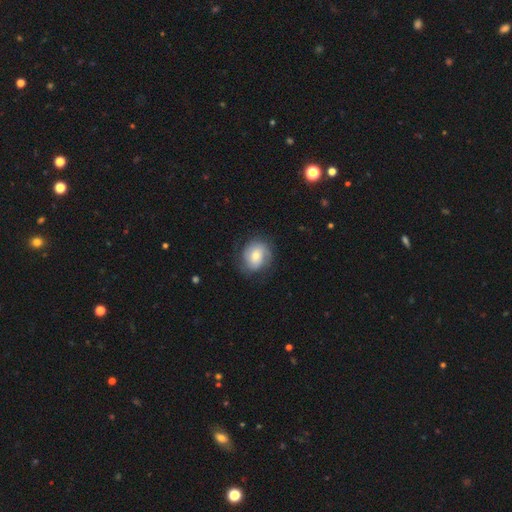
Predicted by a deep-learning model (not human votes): smooth-or-featured: smooth: 49% | featured or disk: 43% | star or artifact: 7%
  merging: none: 69% | minor disturbance: 20% | major disturbance: 9% | merger: 1%